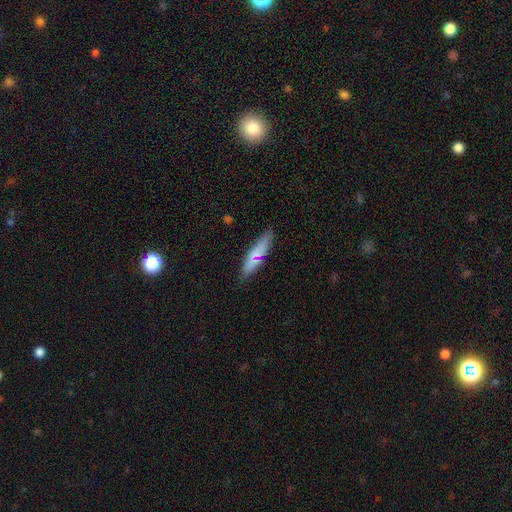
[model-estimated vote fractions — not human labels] Q: Smooth or featured?
A: smooth (72%); runner-up: featured or disk (20%)
Q: How rounded?
A: cigar-shaped (73%); runner-up: in between (25%)
Q: Merging?
A: none (84%); runner-up: minor disturbance (11%)